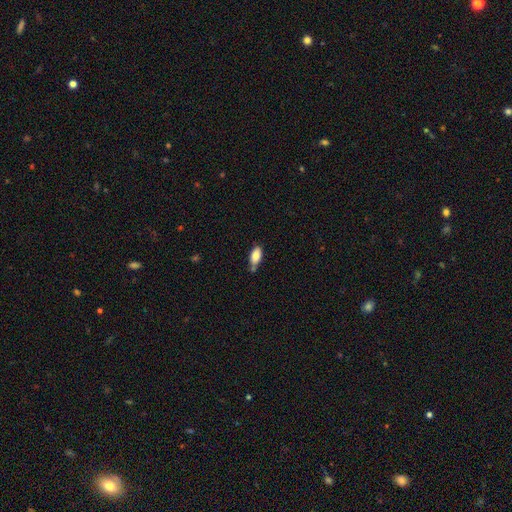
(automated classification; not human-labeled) The model was most divided on "merging": none: 59%, minor disturbance: 25%, merger: 12%, major disturbance: 5%. More confident: how rounded — in between (89%); smooth or featured — smooth (86%).